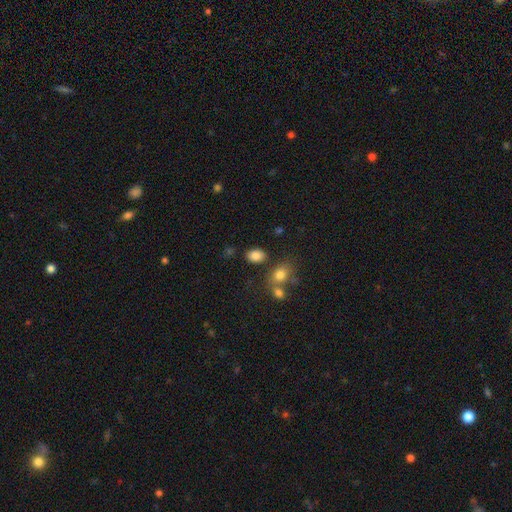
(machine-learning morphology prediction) smooth 84%, star or artifact 10%, featured or disk 7%. Down the decision tree: how rounded — in between (80%); merging — none (76%).